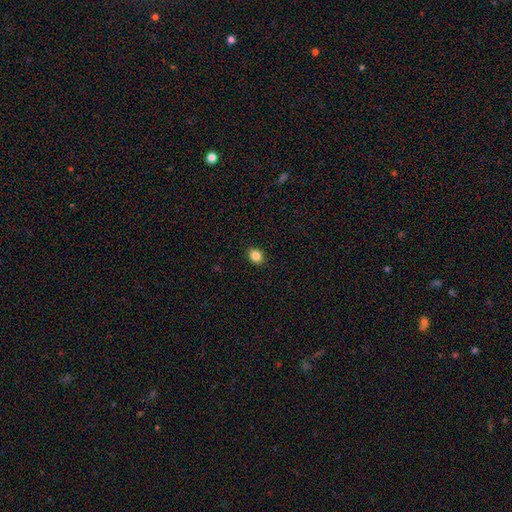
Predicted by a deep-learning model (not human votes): A smooth galaxy with no disk features (86%) that is in between round and cigar-shaped (57%). Merging: none (90%).